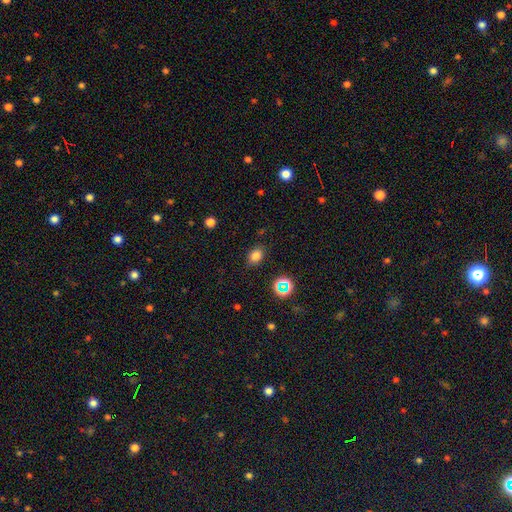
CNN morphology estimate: A smooth galaxy with no disk features (78%) that is in between round and cigar-shaped (67%). Merging: none (84%).